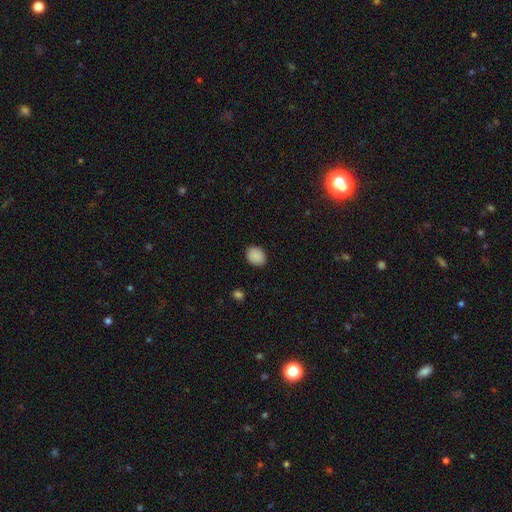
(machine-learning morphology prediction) Q: Smooth or featured?
A: smooth (89%); runner-up: star or artifact (8%)
Q: How rounded?
A: in between (53%); runner-up: round (46%)
Q: Merging?
A: none (87%); runner-up: minor disturbance (10%)